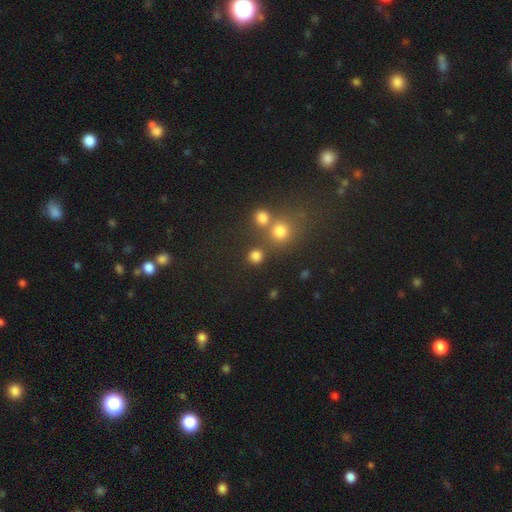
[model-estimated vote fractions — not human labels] Smooth or featured? Predicted: smooth (p=0.79). How rounded? Predicted: round (p=0.90). Merging? Predicted: none (p=0.76).